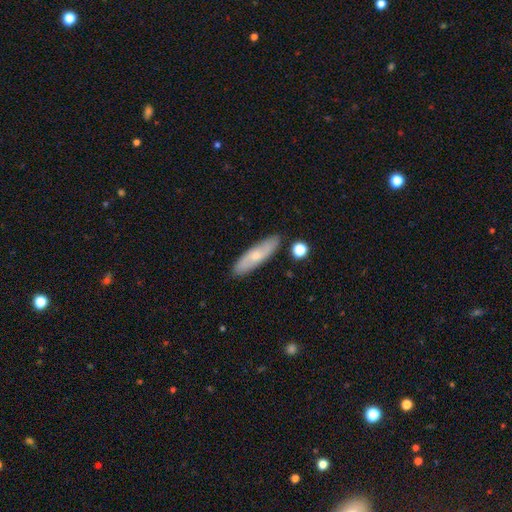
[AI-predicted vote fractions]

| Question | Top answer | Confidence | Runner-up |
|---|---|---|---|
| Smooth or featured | smooth | 56% | featured or disk (37%) |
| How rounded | cigar-shaped | 66% | in between (31%) |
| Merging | none | 85% | minor disturbance (10%) |